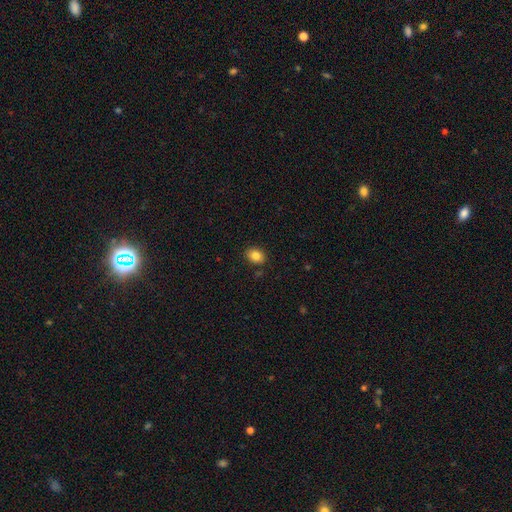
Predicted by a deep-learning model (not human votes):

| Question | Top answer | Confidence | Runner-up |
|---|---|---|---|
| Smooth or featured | smooth | 85% | star or artifact (9%) |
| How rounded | in between | 59% | round (40%) |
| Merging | none | 87% | minor disturbance (9%) |